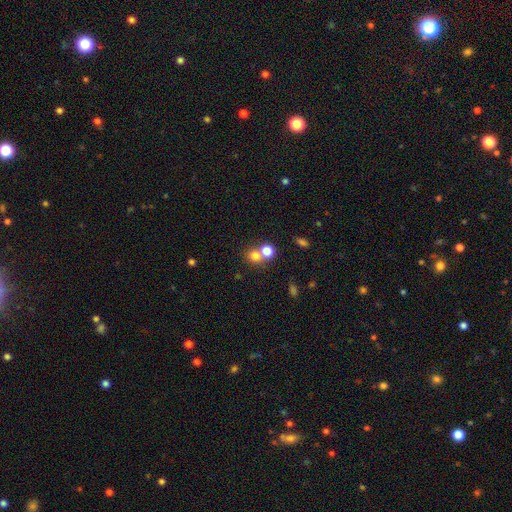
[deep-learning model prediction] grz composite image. It shows a smooth galaxy with no disk features (76%) that is round (74%). Merging: merger (50%).